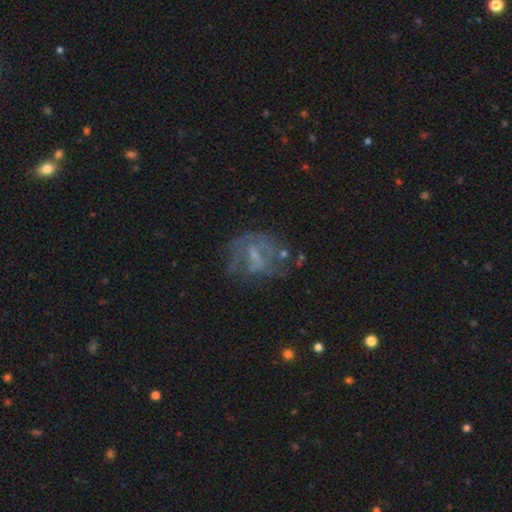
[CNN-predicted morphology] Smooth or featured? Predicted: featured or disk (p=0.63). Edge-on disk? Predicted: no (p=0.96). Bar? Predicted: weak (p=0.44). Spiral arms? Predicted: no (p=0.55). Bulge size? Predicted: small (p=0.37). Merging? Predicted: none (p=0.47).